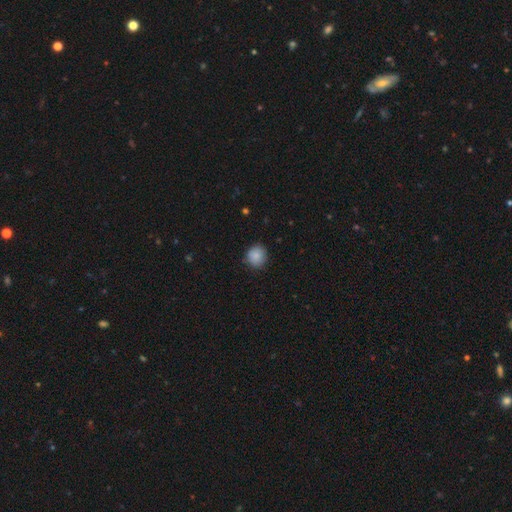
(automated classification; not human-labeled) smooth_or_featured: smooth (p=0.86) [alt: star or artifact p=0.09]
how_rounded: round (p=0.87) [alt: in between p=0.12]
merging: none (p=0.82) [alt: minor disturbance p=0.14]